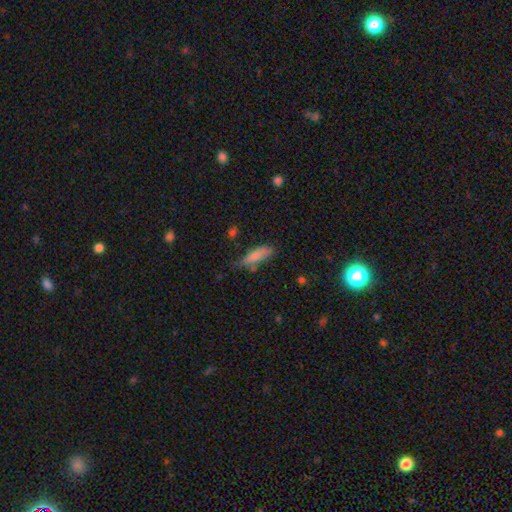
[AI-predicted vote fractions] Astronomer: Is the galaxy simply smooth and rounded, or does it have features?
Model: smooth — 78%.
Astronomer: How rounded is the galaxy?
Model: in between — 50% (runner-up: cigar-shaped, 48%).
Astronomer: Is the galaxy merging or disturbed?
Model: none — 50% (runner-up: minor disturbance, 32%).